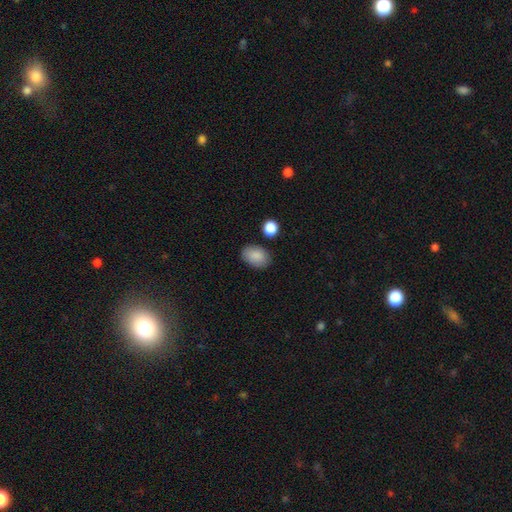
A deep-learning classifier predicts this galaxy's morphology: This appears to be a smooth galaxy with no disk features (88%) that is in between round and cigar-shaped (85%). Merging: none (80%).